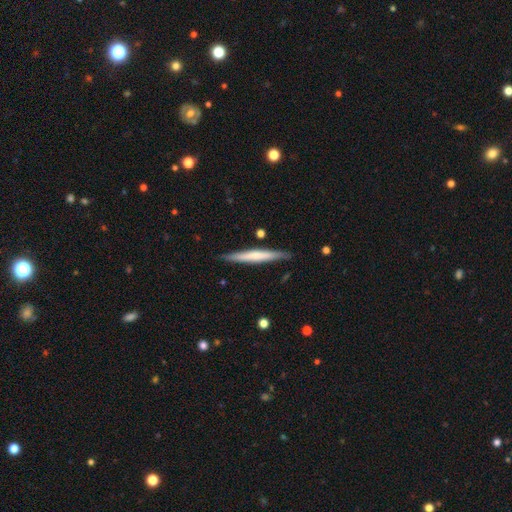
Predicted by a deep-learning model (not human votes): smooth-or-featured: smooth: 50% | featured or disk: 45% | star or artifact: 5%
  merging: none: 88% | minor disturbance: 9% | major disturbance: 1% | merger: 1%